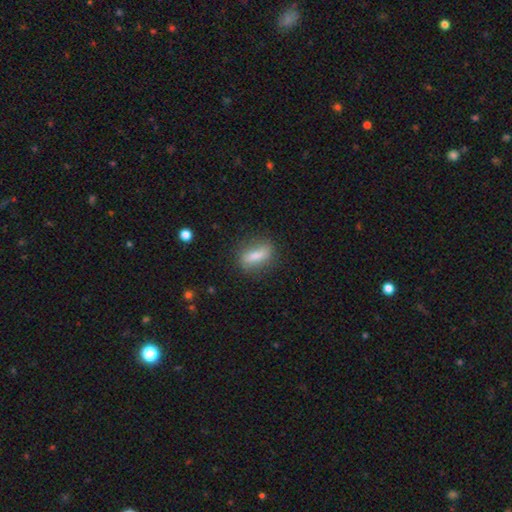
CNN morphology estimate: Smooth or featured? Predicted: smooth (p=0.74). How rounded? Predicted: in between (p=0.62). Merging? Predicted: none (p=0.77).